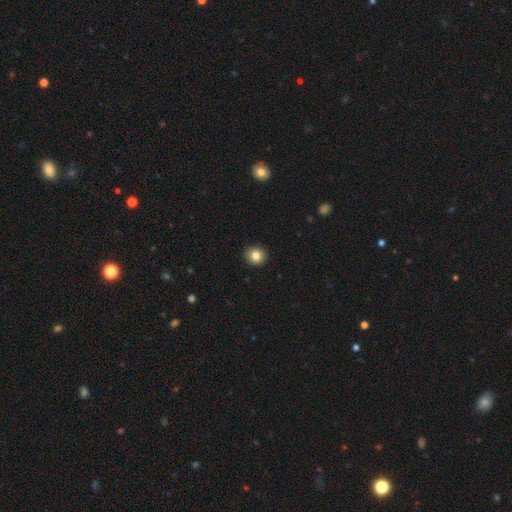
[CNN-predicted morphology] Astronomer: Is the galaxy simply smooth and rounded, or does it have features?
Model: smooth — 84%.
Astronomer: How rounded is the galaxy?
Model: round — 88%.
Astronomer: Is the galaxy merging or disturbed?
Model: none — 91%.